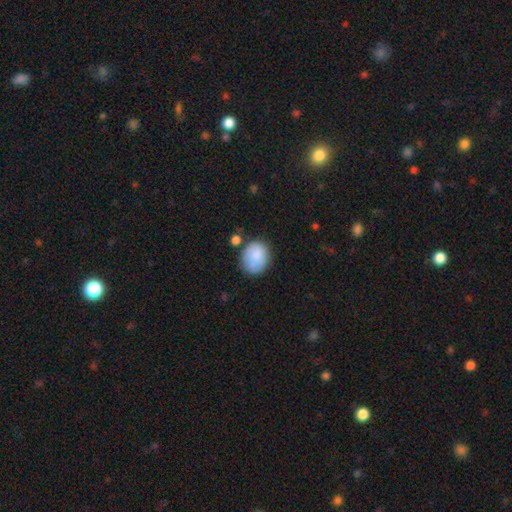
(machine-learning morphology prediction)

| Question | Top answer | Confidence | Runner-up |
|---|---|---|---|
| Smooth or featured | smooth | 83% | featured or disk (10%) |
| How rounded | round | 50% | in between (49%) |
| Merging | none | 60% | minor disturbance (23%) |